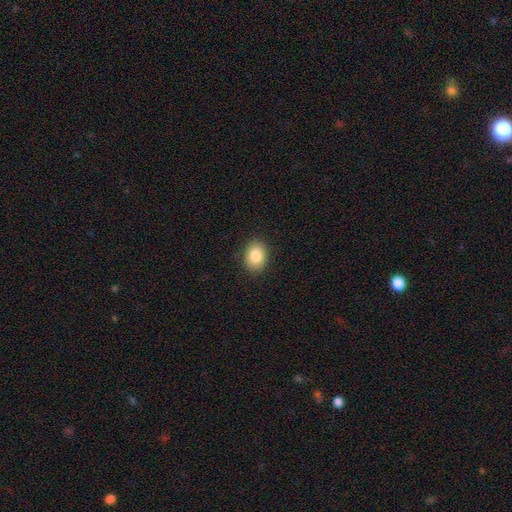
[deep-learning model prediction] Q: Smooth or featured?
A: smooth (84%); runner-up: star or artifact (8%)
Q: How rounded?
A: in between (67%); runner-up: round (32%)
Q: Merging?
A: none (88%); runner-up: minor disturbance (9%)